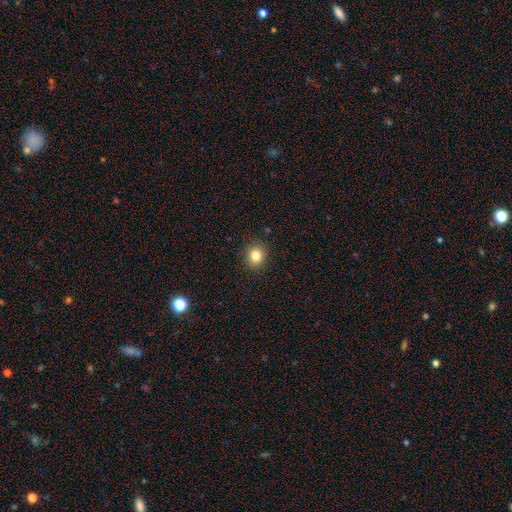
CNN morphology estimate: This is clearly a smooth galaxy (83%). How rounded: likely round (76%). Merging: clearly none (90%).